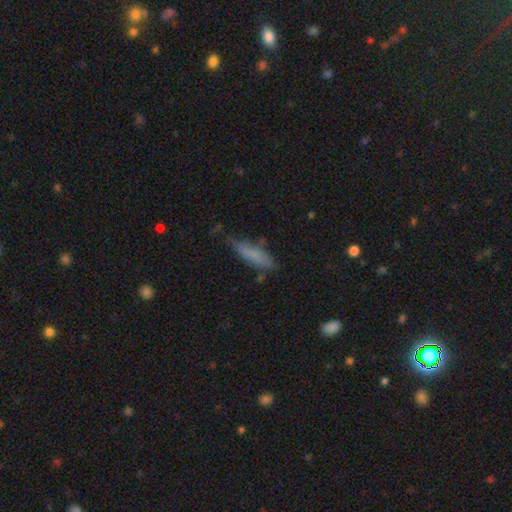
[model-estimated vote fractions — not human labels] A smooth galaxy with no disk features (76%) that is cigar-shaped (58%). Merging: none (51%).